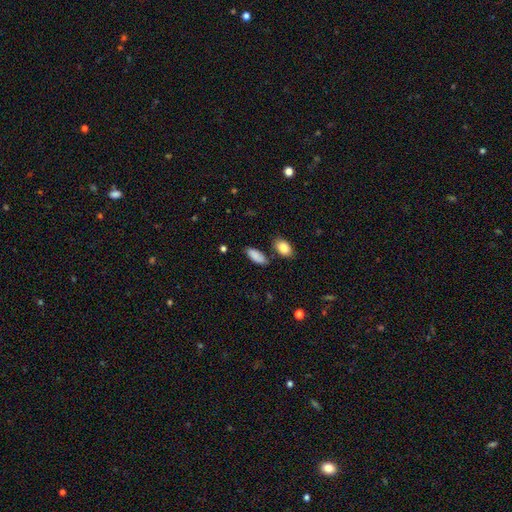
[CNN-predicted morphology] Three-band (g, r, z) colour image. It shows a smooth galaxy with no disk features (87%) that is in between round and cigar-shaped (85%). Merging: none (76%).